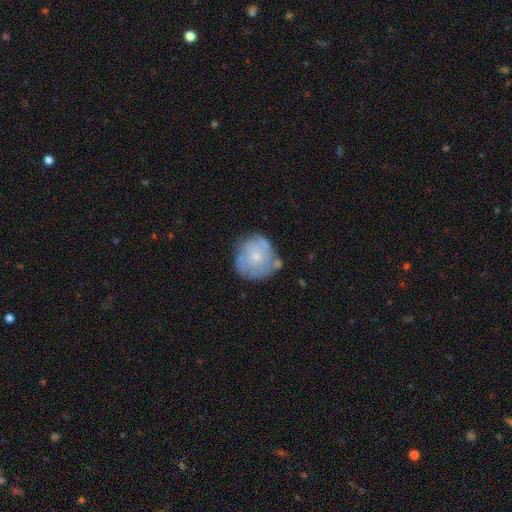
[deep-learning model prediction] Overall: featured or disk (47%; smooth 46%). Merging: none (61%; minor disturbance 23%).